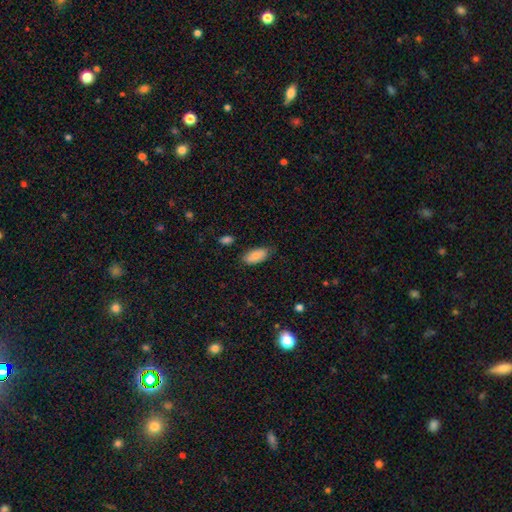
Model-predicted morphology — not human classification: Smooth or featured? smooth (83%)
How rounded? in between (93%)
Merging? none (79%)